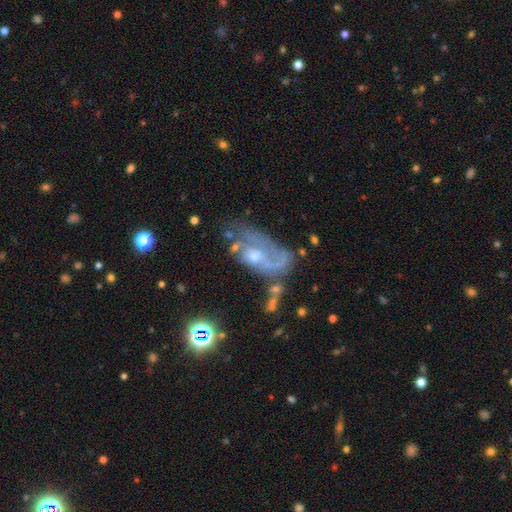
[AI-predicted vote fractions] Smooth or featured? featured or disk (69%)
Edge-on disk? no (93%)
Bar? no (72%)
Spiral arms? yes (68%)
Bulge size? moderate (51%)
Merging? none (36%)